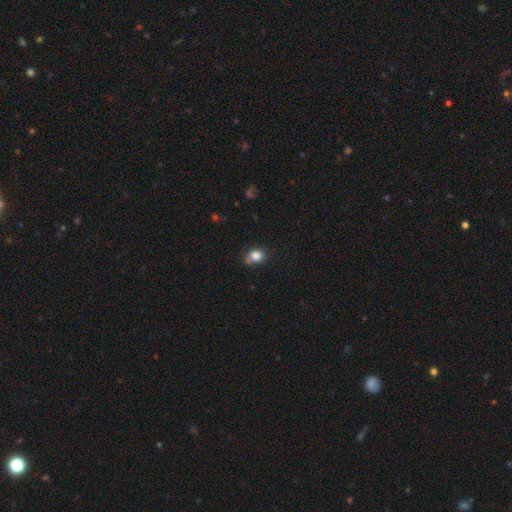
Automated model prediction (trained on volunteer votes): smooth-or-featured: smooth: 82% | star or artifact: 11% | featured or disk: 7%
  how-rounded: round: 58% | in between: 41% | cigar-shaped: 1%
  merging: none: 64% | minor disturbance: 22% | merger: 10% | major disturbance: 5%